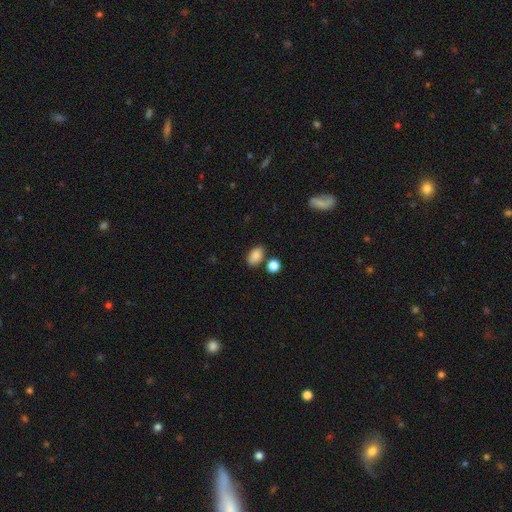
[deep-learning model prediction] Smooth or featured? smooth (86%)
How rounded? in between (88%)
Merging? none (76%)